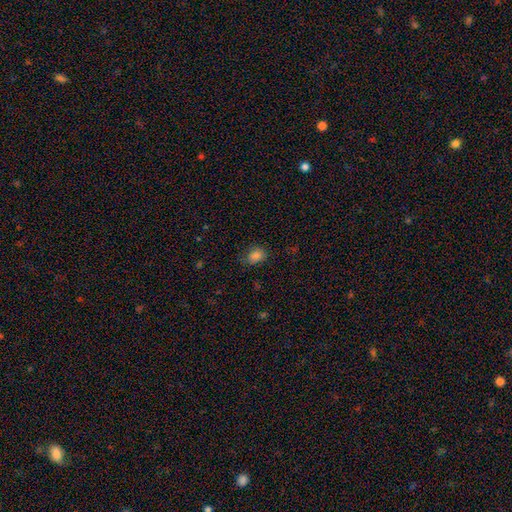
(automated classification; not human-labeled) Smooth or featured: smooth — 83% (star or artifact — 12%)
How rounded: in between — 59% (round — 40%)
Merging: none — 76% (minor disturbance — 18%)